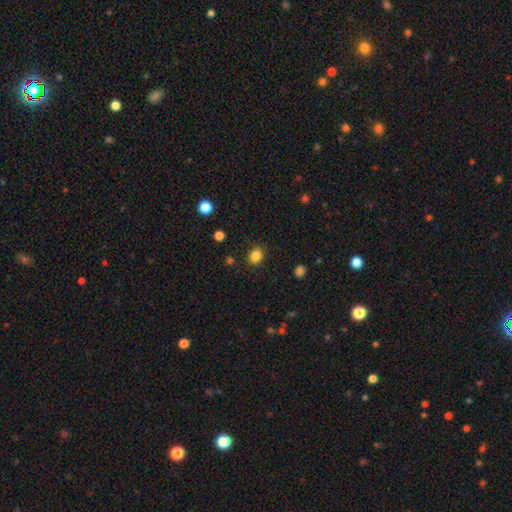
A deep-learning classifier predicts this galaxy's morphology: Smooth or featured? smooth (85%)
How rounded? round (50%)
Merging? none (86%)